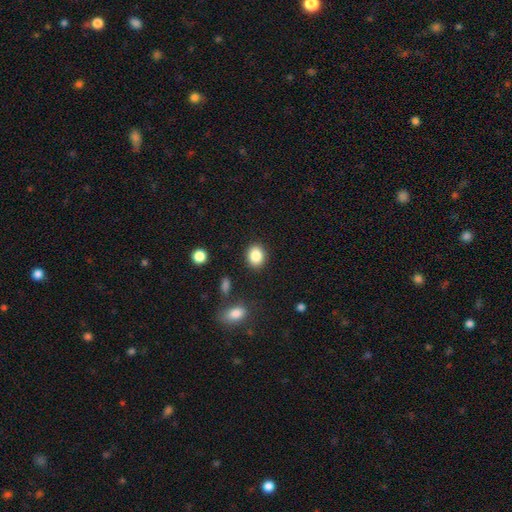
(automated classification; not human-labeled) This is clearly a smooth galaxy (86%). How rounded: possibly round (53%). Merging: clearly none (88%).